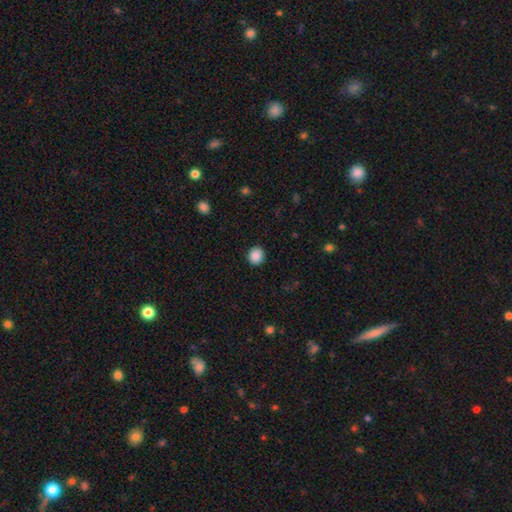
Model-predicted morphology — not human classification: smooth-or-featured: smooth: 88% | star or artifact: 9% | featured or disk: 3%
  how-rounded: round: 82% | in between: 17% | cigar-shaped: 1%
  merging: none: 91% | minor disturbance: 6% | major disturbance: 2% | merger: 1%